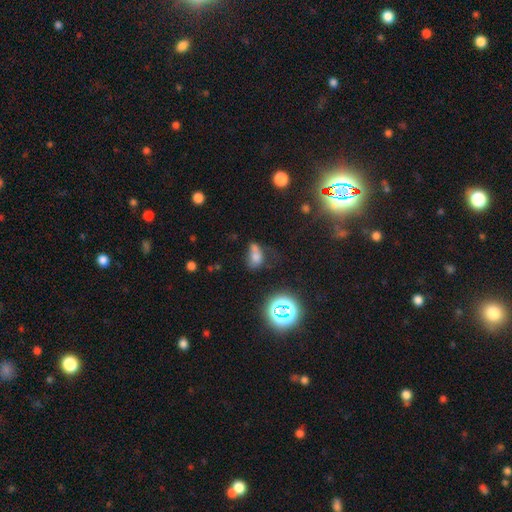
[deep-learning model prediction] A smooth galaxy with no disk features (61%) that is in between round and cigar-shaped (78%). Merging: none (31%).